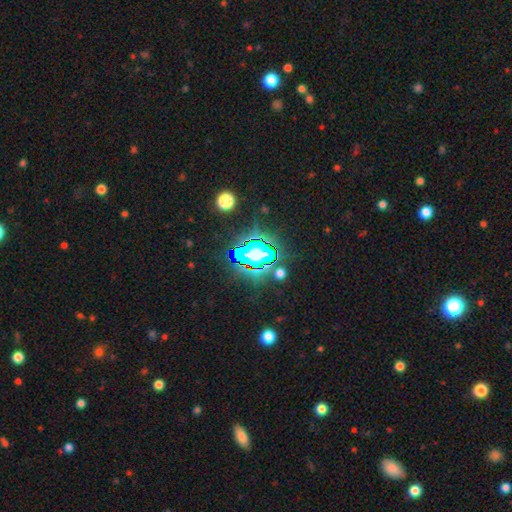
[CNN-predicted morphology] The model was most divided on "smooth or featured": star or artifact: 82%, smooth: 11%, featured or disk: 7%.